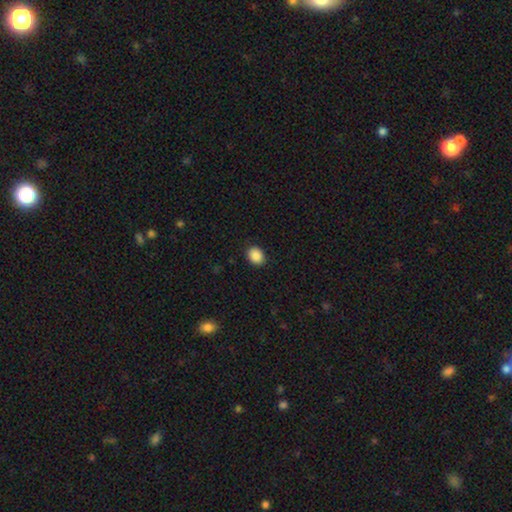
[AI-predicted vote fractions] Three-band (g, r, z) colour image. It shows a smooth galaxy with no disk features (89%) that is round (52%). Merging: none (90%).